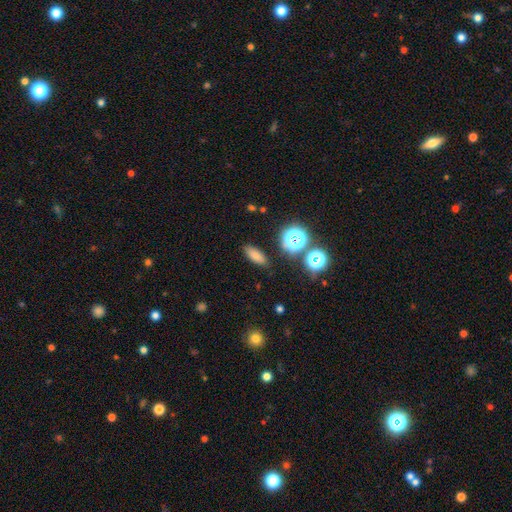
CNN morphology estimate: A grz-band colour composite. It shows a smooth galaxy with no disk features (72%) that is in between round and cigar-shaped (70%). Merging: none (86%).